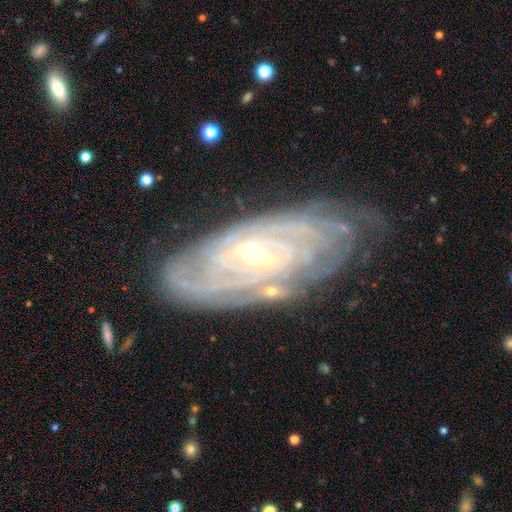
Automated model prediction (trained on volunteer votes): featured or disk 88%, smooth 6%, star or artifact 6%. Down the decision tree: edge-on disk — no (93%); bar — weak (44%); spiral arms — yes (97%); spiral arm count — can't tell (34%); spiral winding — tight (79%); bulge size — small (70%); merging — none (74%).